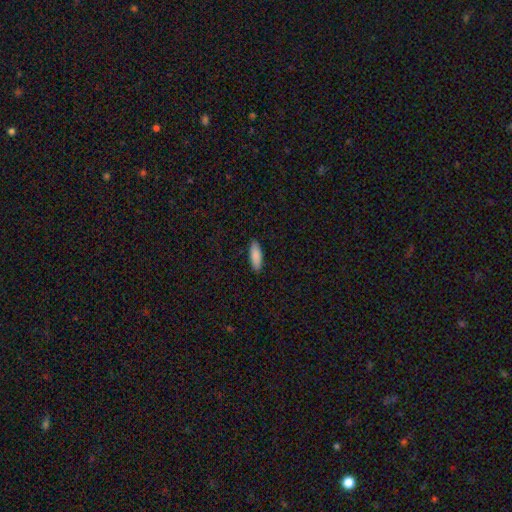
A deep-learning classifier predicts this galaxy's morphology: Overall: smooth (89%). How rounded: in between (61%; cigar-shaped 37%). Merging: none (89%).